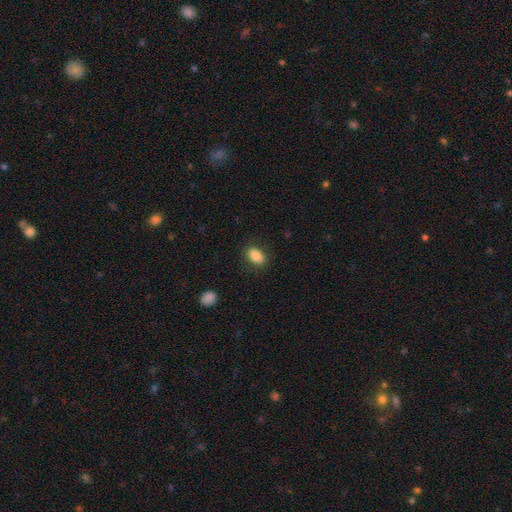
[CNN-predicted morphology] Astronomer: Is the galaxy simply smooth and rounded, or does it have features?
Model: smooth — 85%.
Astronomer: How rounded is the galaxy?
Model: in between — 85%.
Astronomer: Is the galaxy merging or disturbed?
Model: none — 85%.